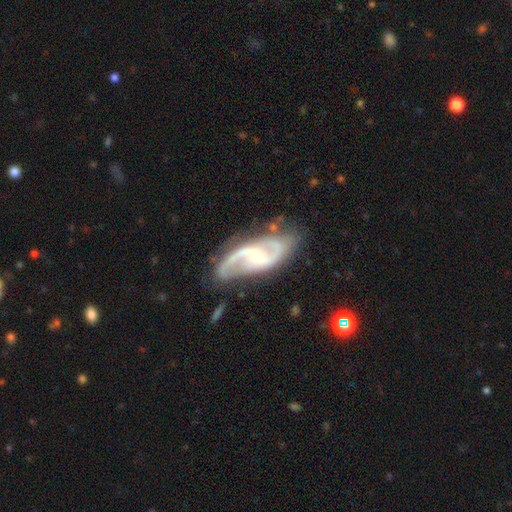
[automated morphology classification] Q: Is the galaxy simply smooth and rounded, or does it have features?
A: featured or disk — 88%.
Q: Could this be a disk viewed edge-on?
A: no — 95%.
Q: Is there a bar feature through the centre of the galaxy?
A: weak — 45%.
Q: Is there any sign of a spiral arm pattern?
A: yes — 96%.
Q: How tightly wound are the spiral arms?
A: medium — 48%.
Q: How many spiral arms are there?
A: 2 — 87%.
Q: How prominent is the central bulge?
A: small — 56%.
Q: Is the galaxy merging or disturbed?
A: none — 67%.